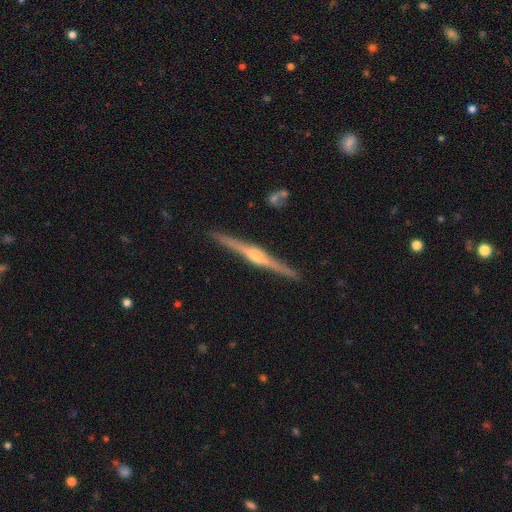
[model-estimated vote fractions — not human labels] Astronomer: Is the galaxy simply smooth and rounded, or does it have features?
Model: featured or disk — 84%.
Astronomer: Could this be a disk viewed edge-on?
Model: yes — 98%.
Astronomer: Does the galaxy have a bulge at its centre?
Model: rounded — 87%.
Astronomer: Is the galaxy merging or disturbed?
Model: none — 92%.